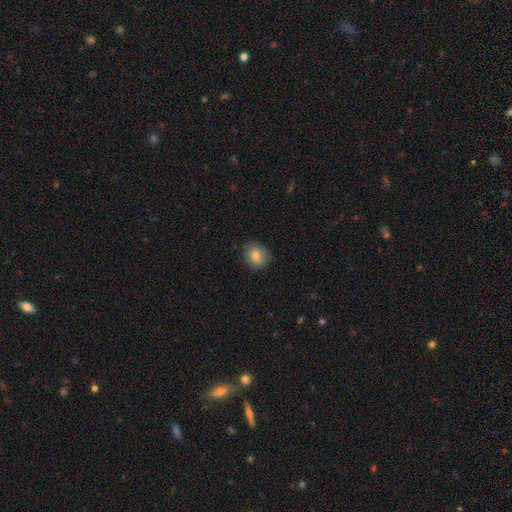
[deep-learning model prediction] Smooth or featured? smooth (80%)
How rounded? round (74%)
Merging? none (86%)